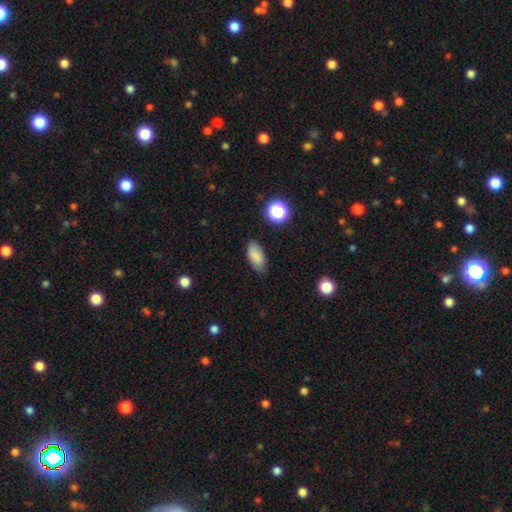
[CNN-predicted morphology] A smooth galaxy with no disk features (85%) that is in between round and cigar-shaped (90%). Merging: none (82%).